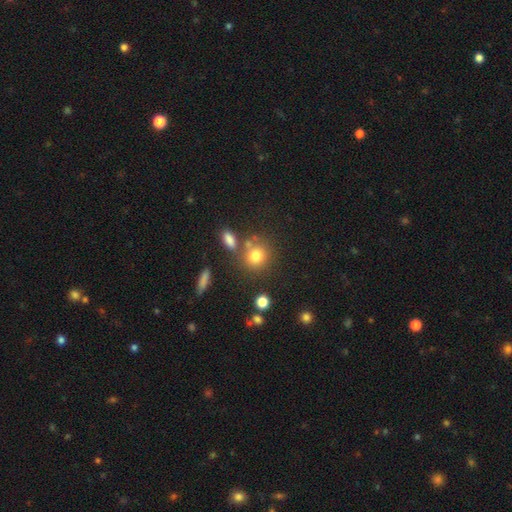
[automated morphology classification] This appears to be a smooth galaxy with no disk features (77%) that is round (81%). Merging: none (66%).